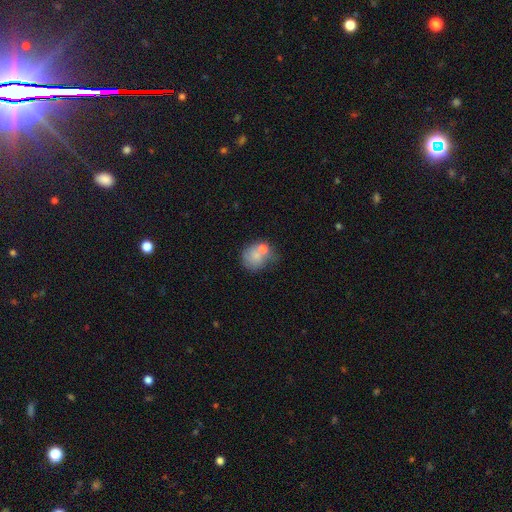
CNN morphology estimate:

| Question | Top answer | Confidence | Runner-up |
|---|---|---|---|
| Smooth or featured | smooth | 69% | featured or disk (22%) |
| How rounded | round | 67% | in between (32%) |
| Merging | merger | 36% | none (35%) |